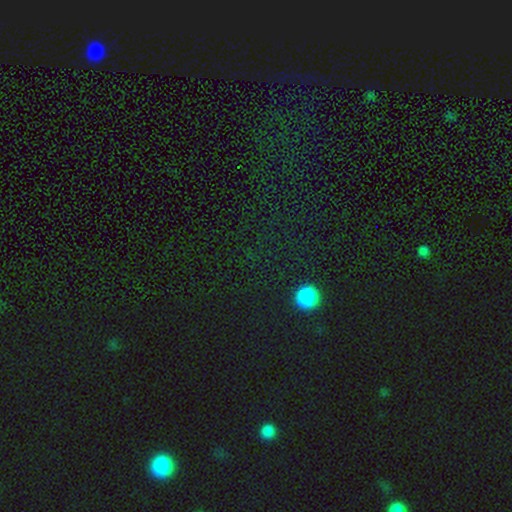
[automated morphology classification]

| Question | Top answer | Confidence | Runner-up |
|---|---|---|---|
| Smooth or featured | smooth | 48% | star or artifact (47%) |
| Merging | none | 92% | minor disturbance (4%) |